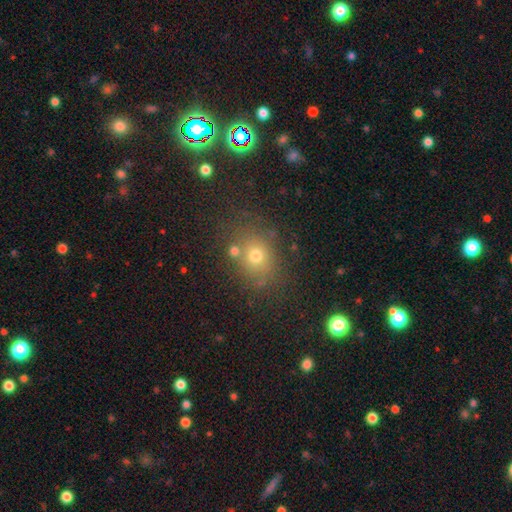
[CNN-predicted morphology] smooth-or-featured: smooth: 69% | star or artifact: 19% | featured or disk: 12%
  how-rounded: round: 61% | in between: 38% | cigar-shaped: 1%
  merging: none: 73% | minor disturbance: 12% | merger: 10% | major disturbance: 5%